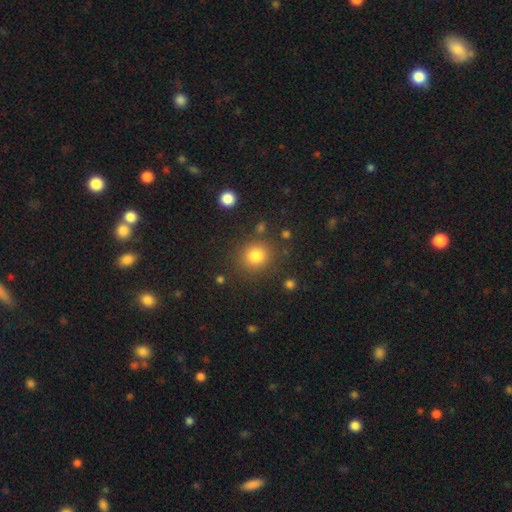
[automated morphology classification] The model was most divided on "smooth or featured": smooth: 82%, star or artifact: 12%, featured or disk: 5%. More confident: how rounded — round (86%); merging — none (84%).